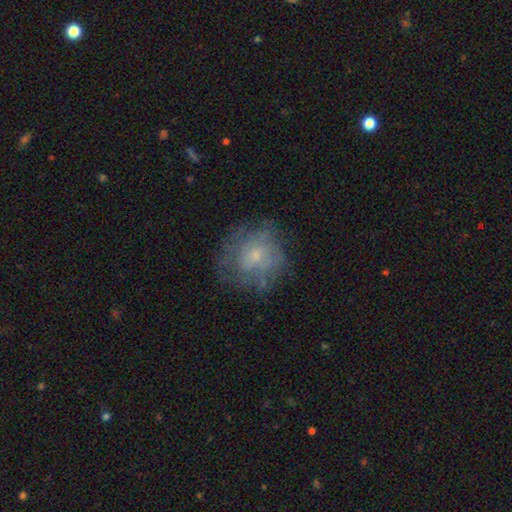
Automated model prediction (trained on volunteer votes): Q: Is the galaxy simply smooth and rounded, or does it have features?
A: featured or disk — 49%.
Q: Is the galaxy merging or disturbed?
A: none — 64%.